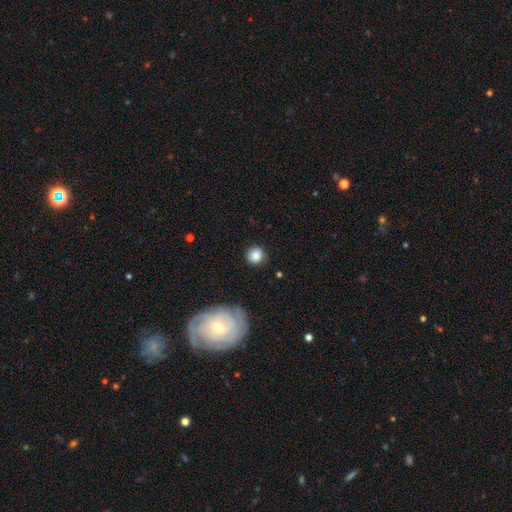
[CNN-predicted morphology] Smooth or featured?
  - smooth: 83% *
  - star or artifact: 10%
  - featured or disk: 7%
How rounded?
  - round: 91% *
  - in between: 8%
  - cigar-shaped: 1%
Merging?
  - none: 86% *
  - minor disturbance: 9%
  - major disturbance: 3%
  - merger: 2%